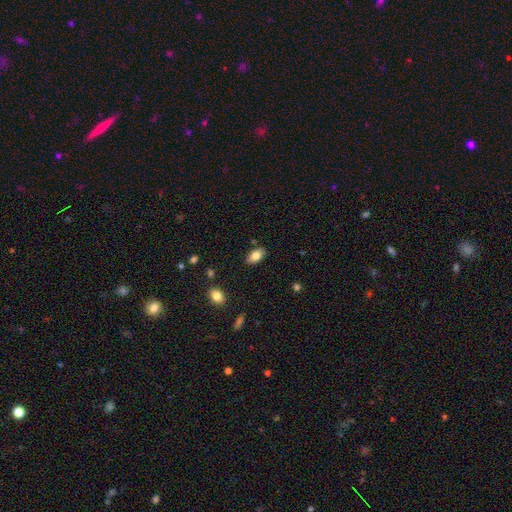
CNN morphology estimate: smooth_or_featured: smooth (p=0.80) [alt: featured or disk p=0.12]
how_rounded: in between (p=0.92) [alt: round p=0.05]
merging: none (p=0.86) [alt: minor disturbance p=0.10]